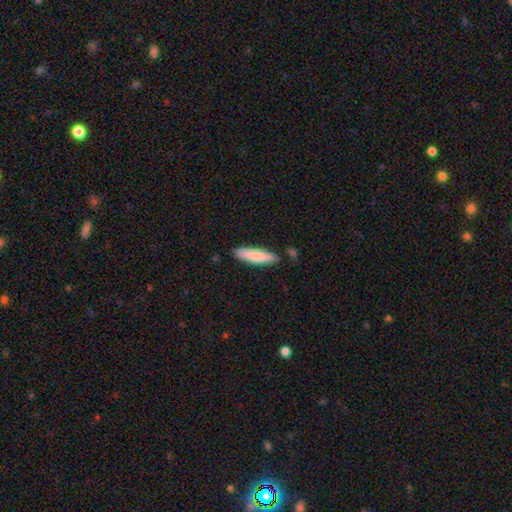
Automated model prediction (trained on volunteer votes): Smooth or featured?
  - smooth: 82% *
  - featured or disk: 13%
  - star or artifact: 5%
How rounded?
  - cigar-shaped: 74% *
  - in between: 24%
  - round: 1%
Merging?
  - none: 83% *
  - minor disturbance: 12%
  - merger: 3%
  - major disturbance: 2%